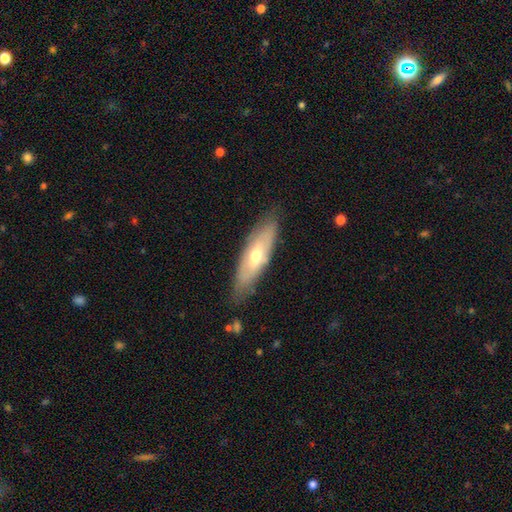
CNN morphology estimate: A featured or disk galaxy (52%). Merging: none (81%).